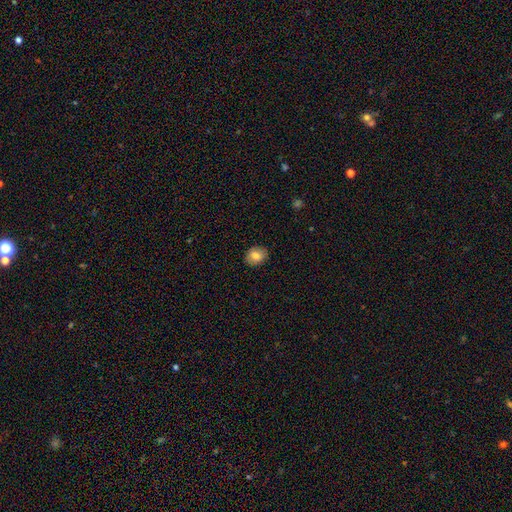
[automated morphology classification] Overall: smooth (80%). How rounded: in between (52%; round 47%). Merging: none (87%).